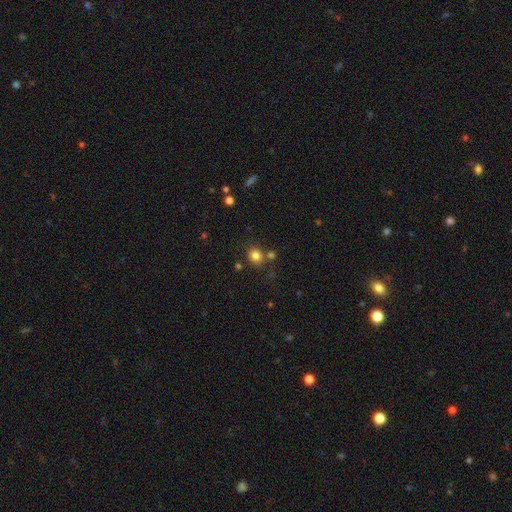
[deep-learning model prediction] This appears to be a smooth galaxy with no disk features (80%) that is round (78%). Merging: none (75%).